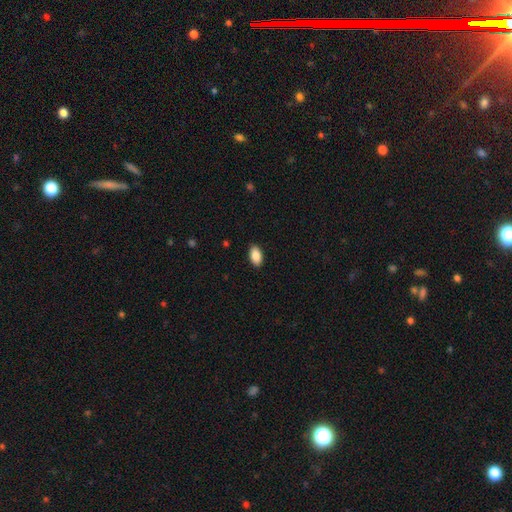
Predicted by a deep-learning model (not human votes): The model was most divided on "merging": none: 89%, minor disturbance: 8%, major disturbance: 2%, merger: 1%. More confident: how rounded — in between (94%); smooth or featured — smooth (88%).